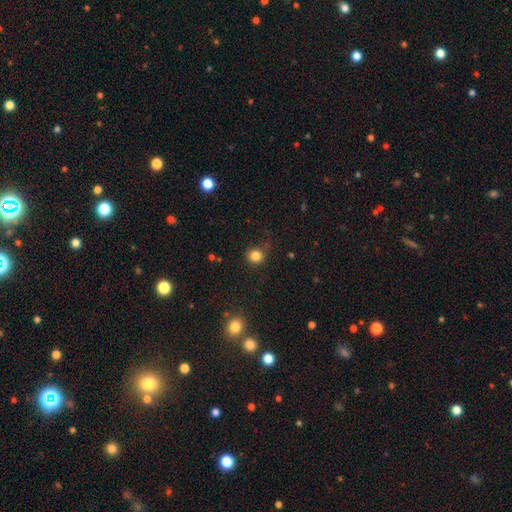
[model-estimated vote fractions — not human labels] smooth_or_featured: smooth (p=0.83) [alt: star or artifact p=0.13]
how_rounded: round (p=0.88) [alt: in between p=0.12]
merging: none (p=0.79) [alt: minor disturbance p=0.15]